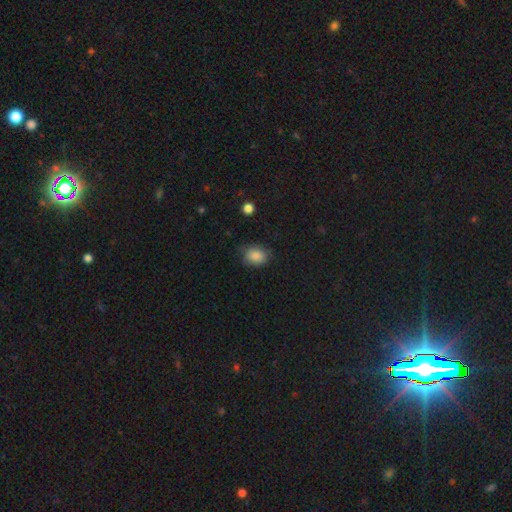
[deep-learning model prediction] This is clearly a smooth galaxy (87%). How rounded: possibly in between (60%). Merging: likely none (74%).